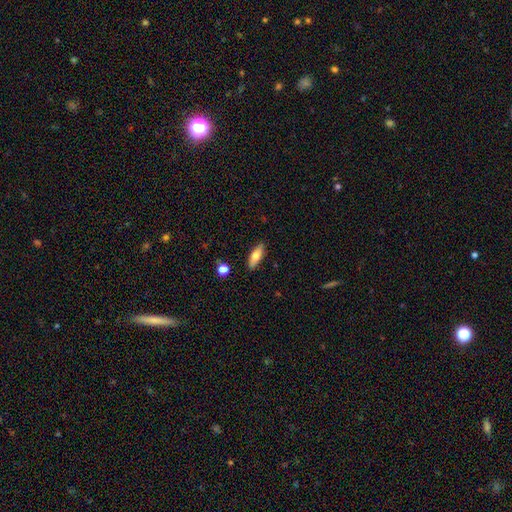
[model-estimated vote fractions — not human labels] smooth_or_featured: smooth (p=0.72) [alt: featured or disk p=0.21]
how_rounded: in between (p=0.66) [alt: cigar-shaped p=0.31]
merging: none (p=0.86) [alt: minor disturbance p=0.10]